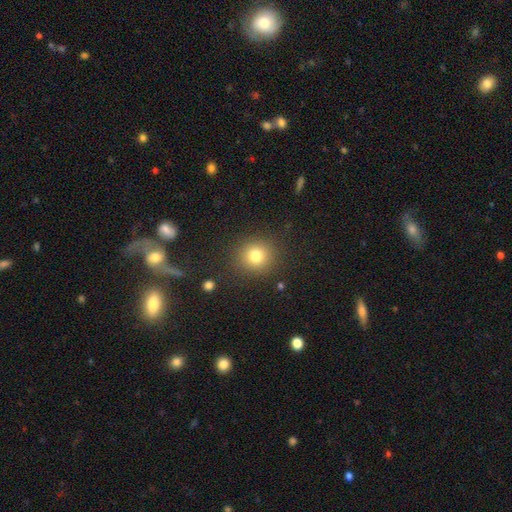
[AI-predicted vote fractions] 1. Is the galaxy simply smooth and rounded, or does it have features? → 79% smooth, 13% star or artifact, 8% featured or disk.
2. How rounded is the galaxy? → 89% round, 10% in between, 1% cigar-shaped.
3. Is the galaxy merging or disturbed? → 87% none, 8% minor disturbance, 3% major disturbance, 2% merger.